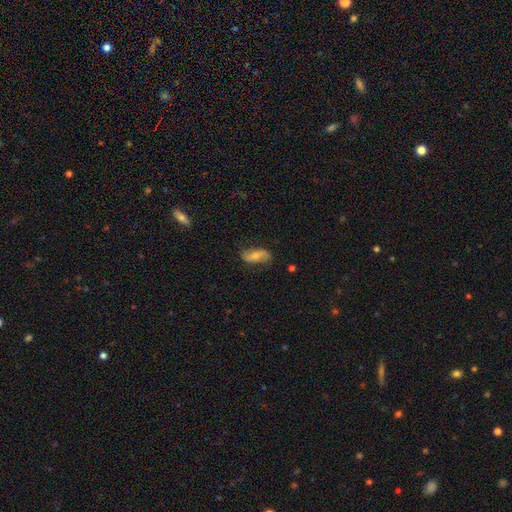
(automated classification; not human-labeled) Q: Smooth or featured?
A: featured or disk (48%); runner-up: smooth (45%)
Q: Merging?
A: none (76%); runner-up: minor disturbance (18%)